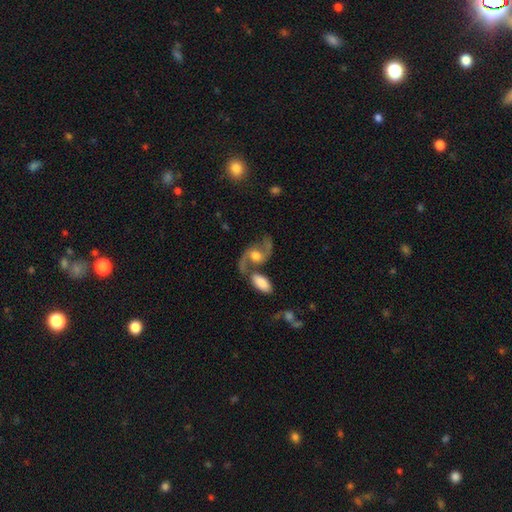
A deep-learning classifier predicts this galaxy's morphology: This appears to be a featured or disk galaxy (81%) with no bar (59%), 2 (91%) loose (64%) spiral arms (93%) and a moderate central bulge (57%). Merging: none (44%).